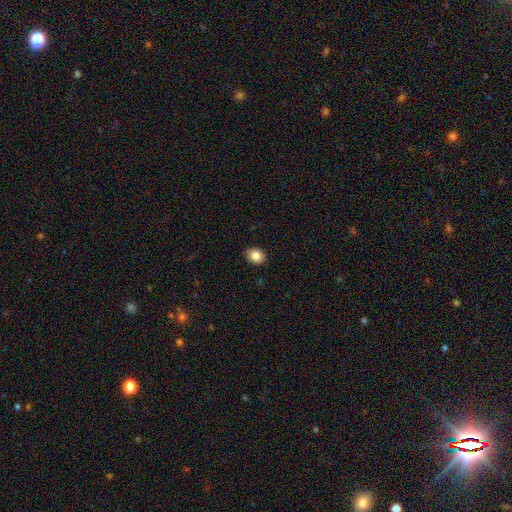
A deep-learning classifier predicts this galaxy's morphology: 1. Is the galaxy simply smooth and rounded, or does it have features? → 84% smooth, 9% star or artifact, 7% featured or disk.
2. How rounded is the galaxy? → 53% round, 46% in between, 1% cigar-shaped.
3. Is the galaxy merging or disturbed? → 90% none, 7% minor disturbance, 2% major disturbance, 1% merger.